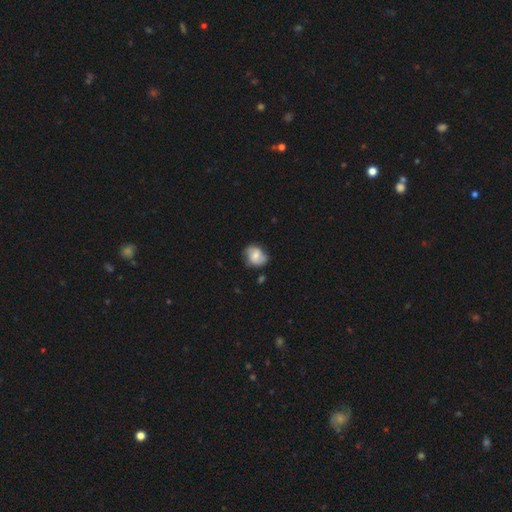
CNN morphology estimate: type=smooth (52%); roundness=round (53%); merging=none (66%).